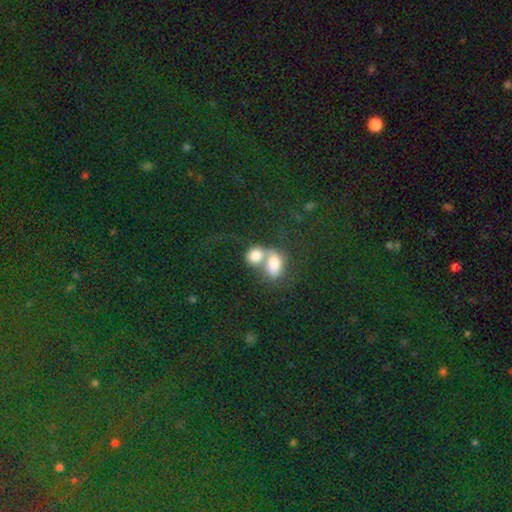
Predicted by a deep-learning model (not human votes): This appears to be a smooth galaxy with no disk features (73%) that is in between round and cigar-shaped (68%). Merging: merger (74%).